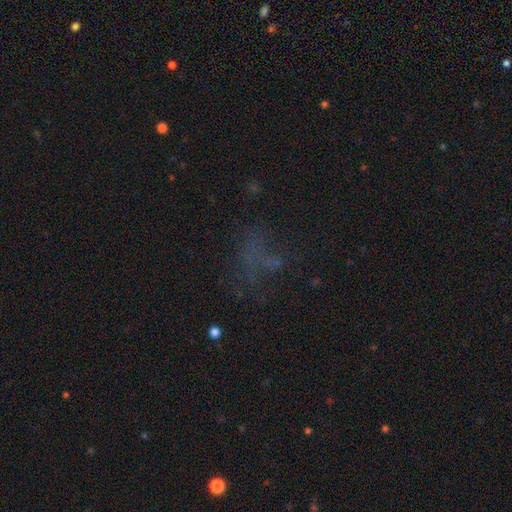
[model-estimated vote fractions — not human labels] Smooth or featured?
  - star or artifact: 41% *
  - smooth: 32%
  - featured or disk: 27%